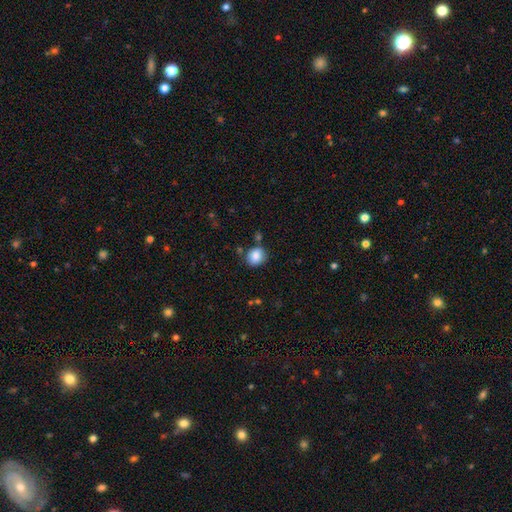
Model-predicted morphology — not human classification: Overall: smooth (86%). How rounded: round (73%). Merging: none (75%).